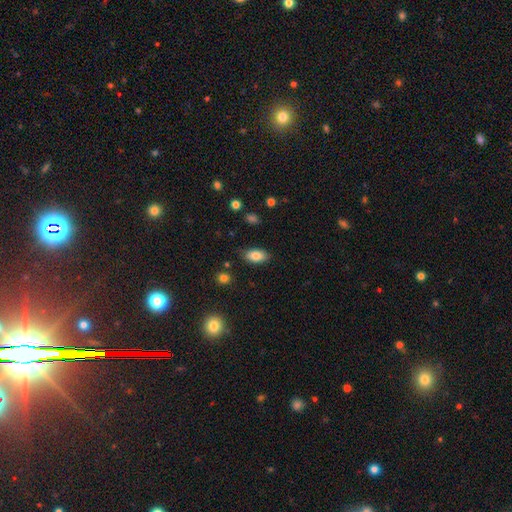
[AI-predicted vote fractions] Q: Smooth or featured?
A: smooth (83%); runner-up: featured or disk (9%)
Q: How rounded?
A: in between (92%); runner-up: round (4%)
Q: Merging?
A: none (83%); runner-up: minor disturbance (13%)